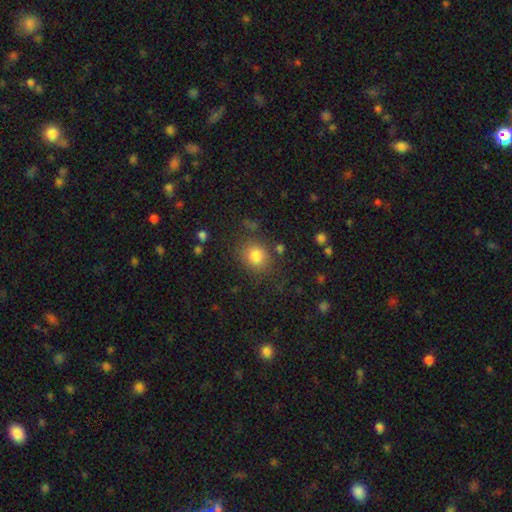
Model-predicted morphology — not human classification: smooth-or-featured: smooth: 82% | star or artifact: 11% | featured or disk: 7%
  how-rounded: round: 76% | in between: 23% | cigar-shaped: 1%
  merging: none: 79% | minor disturbance: 12% | major disturbance: 5% | merger: 4%